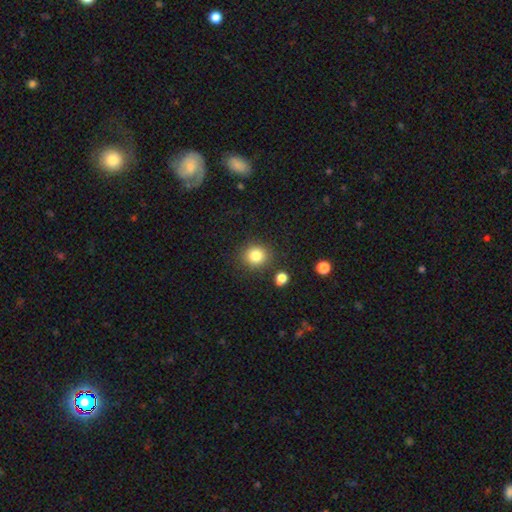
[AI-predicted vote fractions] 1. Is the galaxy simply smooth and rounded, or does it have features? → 83% smooth, 11% star or artifact, 6% featured or disk.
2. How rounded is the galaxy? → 86% round, 13% in between, 1% cigar-shaped.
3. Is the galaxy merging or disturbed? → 85% none, 8% minor disturbance, 4% merger, 3% major disturbance.